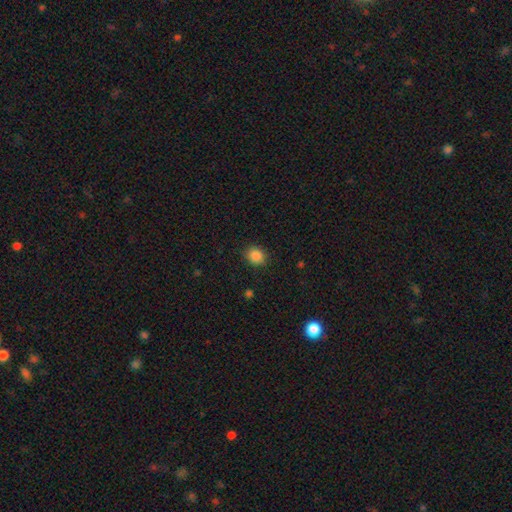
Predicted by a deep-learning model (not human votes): The model was most divided on "how rounded": round: 71%, in between: 29%, cigar-shaped: 1%. More confident: merging — none (88%); smooth or featured — smooth (86%).